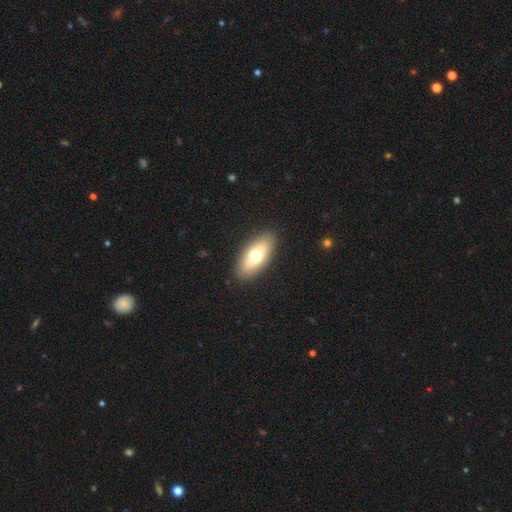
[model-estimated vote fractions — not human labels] smooth 68%, featured or disk 25%, star or artifact 6%. Down the decision tree: how rounded — in between (85%); merging — none (88%).